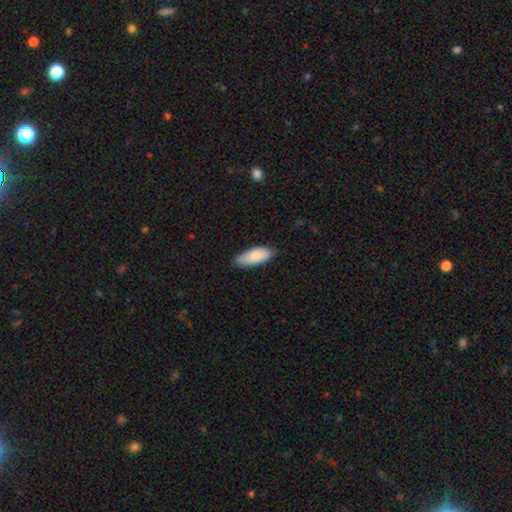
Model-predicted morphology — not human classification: This is clearly a smooth galaxy (86%). How rounded: likely in between (78%). Merging: likely none (76%).